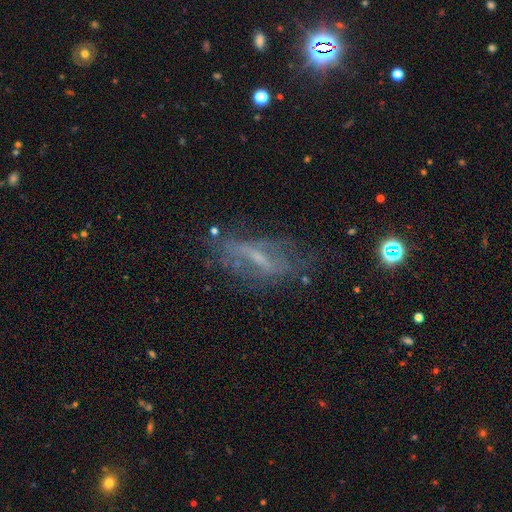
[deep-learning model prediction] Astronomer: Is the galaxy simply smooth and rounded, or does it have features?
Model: featured or disk — 58%.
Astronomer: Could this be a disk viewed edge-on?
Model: no — 68%.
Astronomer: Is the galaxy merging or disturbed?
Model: none — 57%.